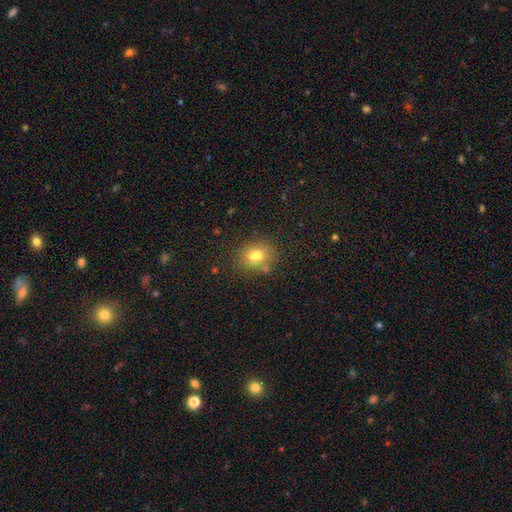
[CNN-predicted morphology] Q: Smooth or featured?
A: smooth (77%); runner-up: star or artifact (12%)
Q: How rounded?
A: round (59%); runner-up: in between (40%)
Q: Merging?
A: none (77%); runner-up: minor disturbance (13%)